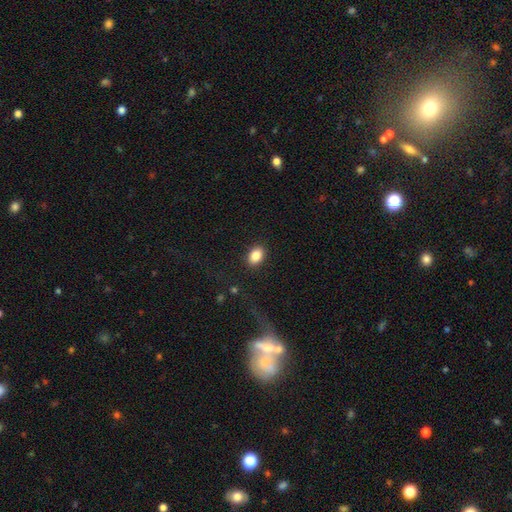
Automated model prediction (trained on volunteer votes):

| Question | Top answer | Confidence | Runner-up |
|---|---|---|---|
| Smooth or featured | smooth | 86% | star or artifact (8%) |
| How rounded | in between | 80% | round (19%) |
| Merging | none | 88% | minor disturbance (8%) |